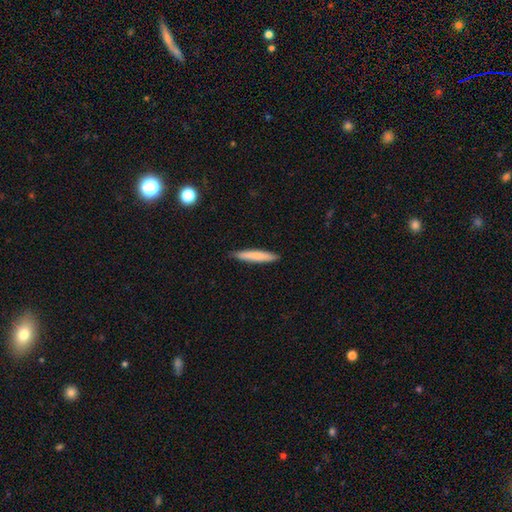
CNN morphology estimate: Overall: smooth (78%). How rounded: cigar-shaped (93%). Merging: none (90%).